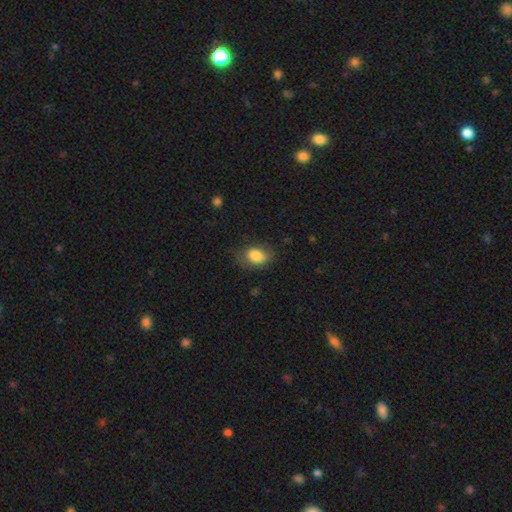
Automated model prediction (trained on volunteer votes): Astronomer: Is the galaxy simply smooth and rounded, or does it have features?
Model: smooth — 82%.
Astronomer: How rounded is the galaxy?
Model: in between — 77%.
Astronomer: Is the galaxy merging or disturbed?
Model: none — 67%.